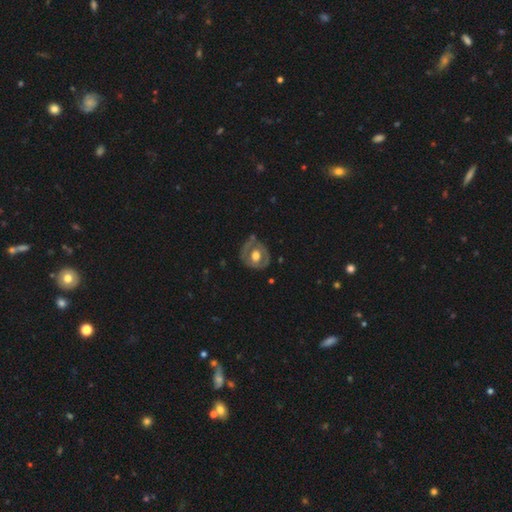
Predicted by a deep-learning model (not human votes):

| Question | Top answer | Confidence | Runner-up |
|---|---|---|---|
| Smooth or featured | featured or disk | 56% | smooth (38%) |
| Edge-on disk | no | 95% | yes (5%) |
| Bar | no | 71% | weak (22%) |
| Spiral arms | no | 73% | yes (27%) |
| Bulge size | moderate | 61% | large (32%) |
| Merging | none | 69% | minor disturbance (20%) |